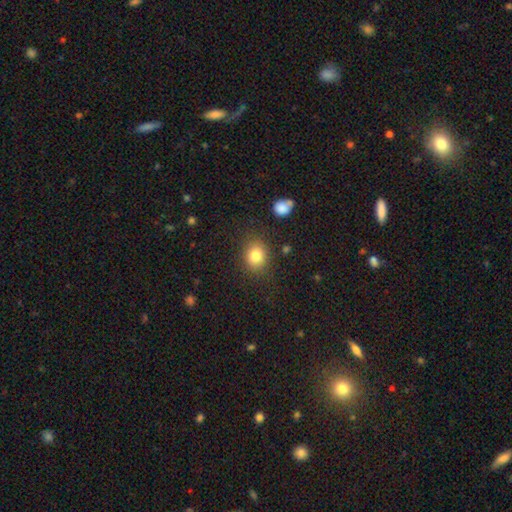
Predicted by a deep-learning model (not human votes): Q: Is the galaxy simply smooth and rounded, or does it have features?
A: smooth — 82%.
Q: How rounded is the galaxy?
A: round — 66%.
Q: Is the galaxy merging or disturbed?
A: none — 85%.